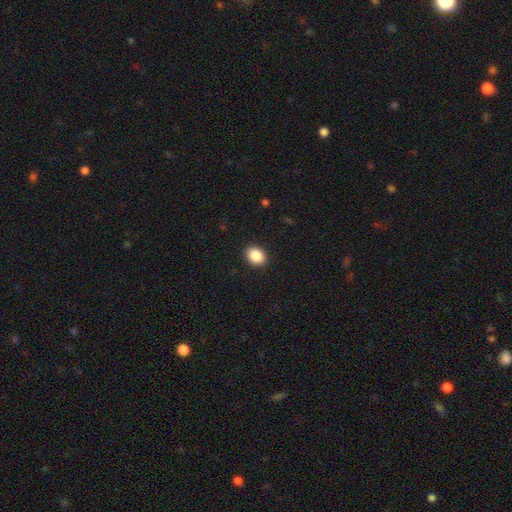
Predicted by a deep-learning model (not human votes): Q: Smooth or featured?
A: smooth (88%); runner-up: star or artifact (8%)
Q: How rounded?
A: in between (52%); runner-up: round (47%)
Q: Merging?
A: none (91%); runner-up: minor disturbance (6%)